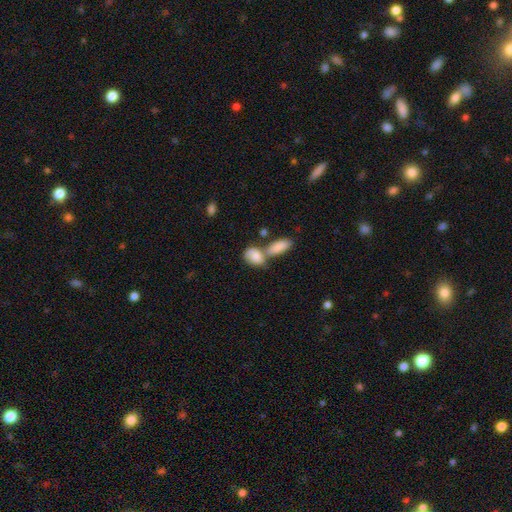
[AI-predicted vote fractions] smooth 74%, featured or disk 19%, star or artifact 7%. Down the decision tree: how rounded — in between (79%); merging — merger (54%).